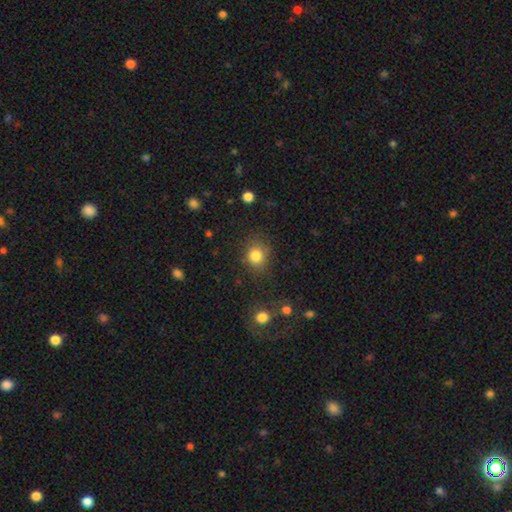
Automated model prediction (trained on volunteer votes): The model was most divided on "how rounded": round: 73%, in between: 26%, cigar-shaped: 1%. More confident: smooth or featured — smooth (82%); merging — none (79%).